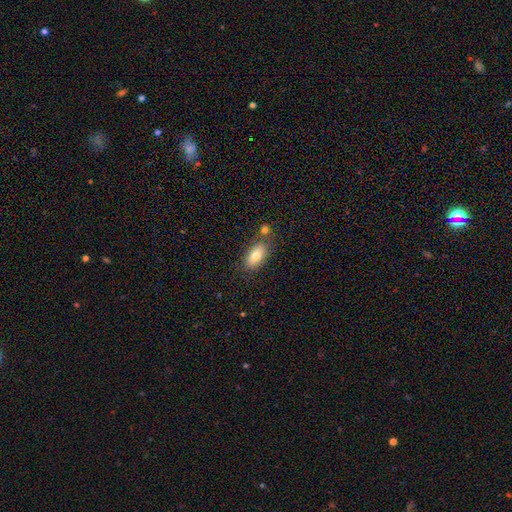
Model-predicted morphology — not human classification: A smooth galaxy with no disk features (77%) that is in between round and cigar-shaped (90%). Merging: none (75%).